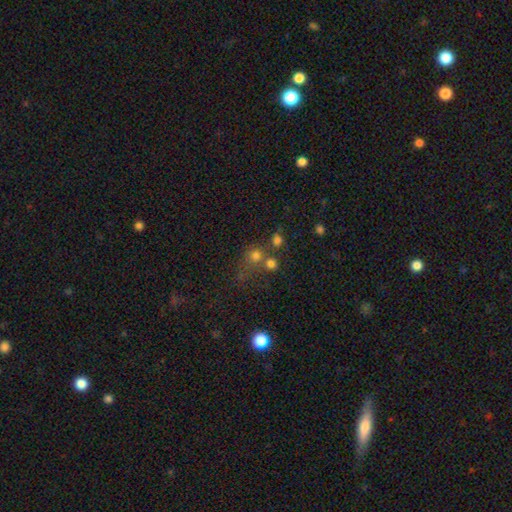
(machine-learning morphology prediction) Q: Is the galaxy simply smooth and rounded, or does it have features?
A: smooth — 69%.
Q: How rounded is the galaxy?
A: round — 87%.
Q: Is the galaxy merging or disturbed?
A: none — 51%.